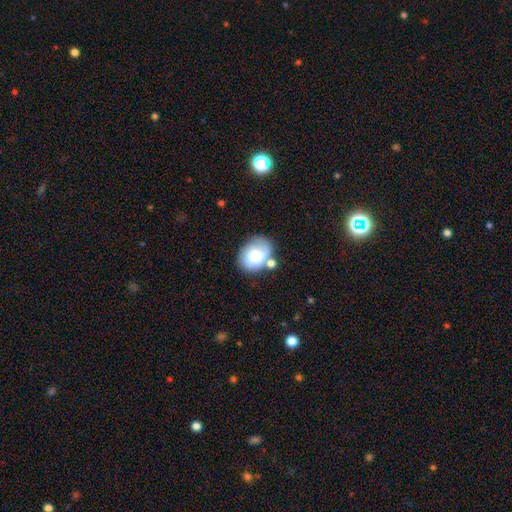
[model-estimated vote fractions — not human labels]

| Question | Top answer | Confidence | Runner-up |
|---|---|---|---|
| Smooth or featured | smooth | 71% | featured or disk (20%) |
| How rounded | in between | 58% | round (41%) |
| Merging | none | 59% | minor disturbance (19%) |